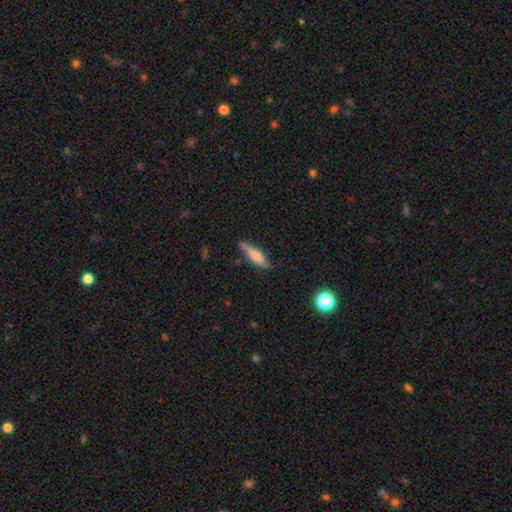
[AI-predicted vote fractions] Smooth or featured? Predicted: smooth (p=0.70). How rounded? Predicted: cigar-shaped (p=0.71). Merging? Predicted: none (p=0.68).